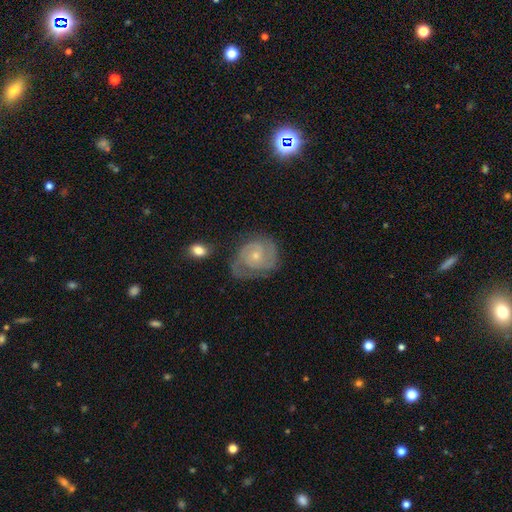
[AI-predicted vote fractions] Overall: featured or disk (81%). Edge-on disk: no (98%). Bar: no (73%). Spiral arms: yes (94%). Spiral arm count: 2 (65%). Spiral winding: tight (54%; medium 36%). Bulge size: small (63%; moderate 34%). Merging: none (60%; minor disturbance 24%).